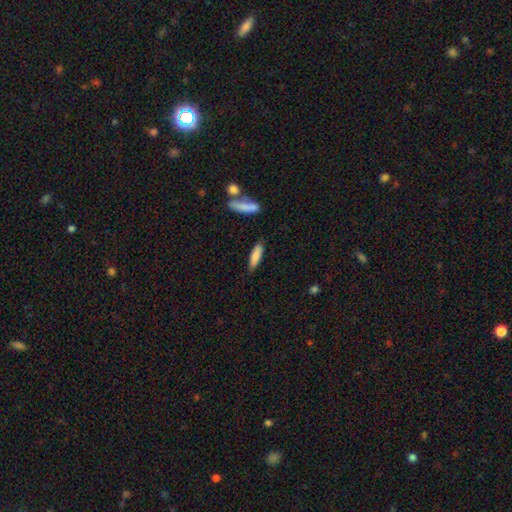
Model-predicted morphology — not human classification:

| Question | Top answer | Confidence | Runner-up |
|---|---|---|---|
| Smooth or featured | smooth | 82% | featured or disk (11%) |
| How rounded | cigar-shaped | 69% | in between (30%) |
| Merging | none | 79% | minor disturbance (15%) |